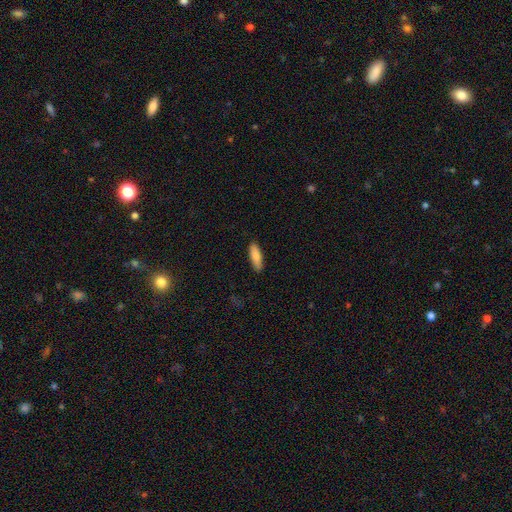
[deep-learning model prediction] smooth-or-featured: smooth: 84% | featured or disk: 10% | star or artifact: 6%
  how-rounded: in between: 51% | cigar-shaped: 47% | round: 2%
  merging: none: 88% | minor disturbance: 9% | major disturbance: 2% | merger: 1%